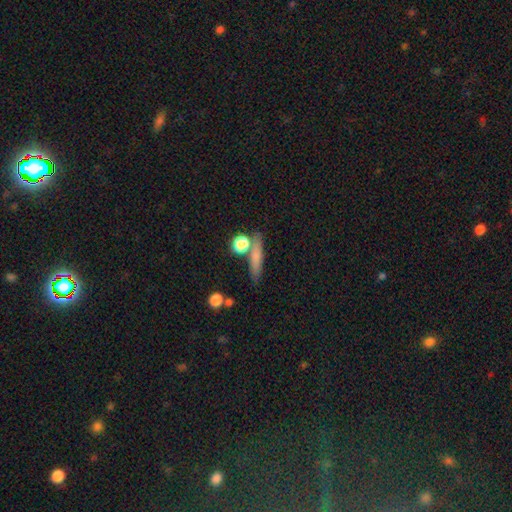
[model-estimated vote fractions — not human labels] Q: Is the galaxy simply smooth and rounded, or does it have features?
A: smooth — 70%.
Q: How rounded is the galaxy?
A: cigar-shaped — 75%.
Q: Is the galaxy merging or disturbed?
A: none — 74%.